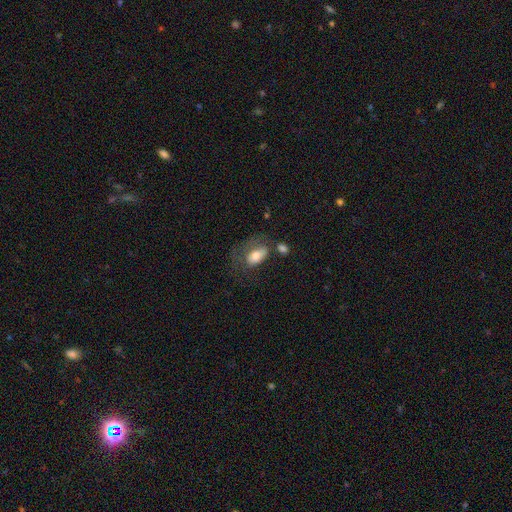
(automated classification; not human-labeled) smooth_or_featured: smooth (p=0.71) [alt: featured or disk p=0.22]
how_rounded: in between (p=0.90) [alt: round p=0.07]
merging: none (p=0.33) [alt: major disturbance p=0.31]